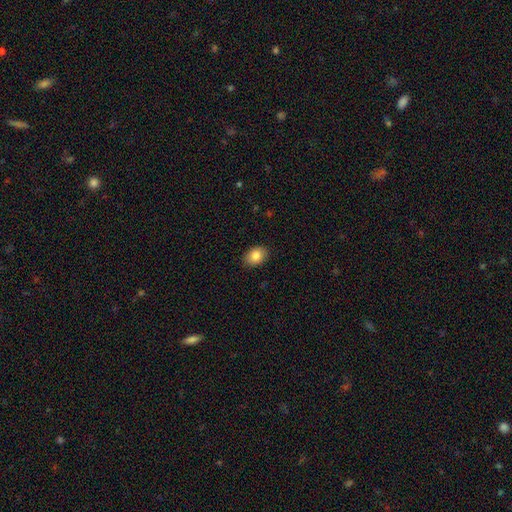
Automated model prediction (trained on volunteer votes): Smooth or featured? smooth (85%)
How rounded? in between (76%)
Merging? none (89%)